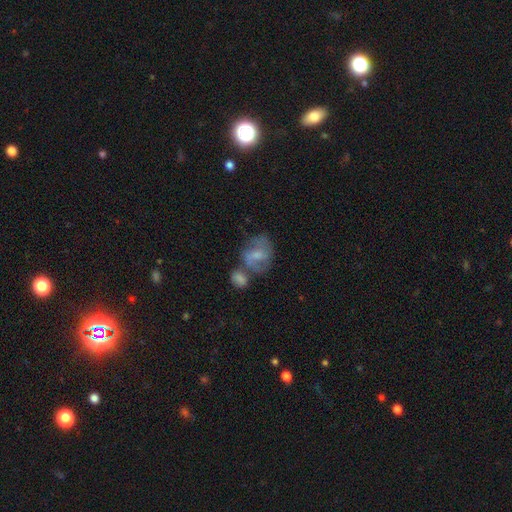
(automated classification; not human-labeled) smooth-or-featured: featured or disk: 49% | smooth: 41% | star or artifact: 10%
  merging: none: 39% | merger: 32% | minor disturbance: 18% | major disturbance: 11%